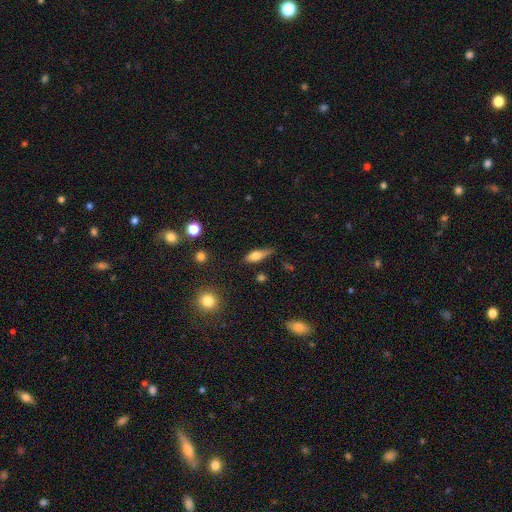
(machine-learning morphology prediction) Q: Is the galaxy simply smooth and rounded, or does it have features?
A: smooth — 61%.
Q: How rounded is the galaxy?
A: in between — 54%.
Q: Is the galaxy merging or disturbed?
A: none — 65%.